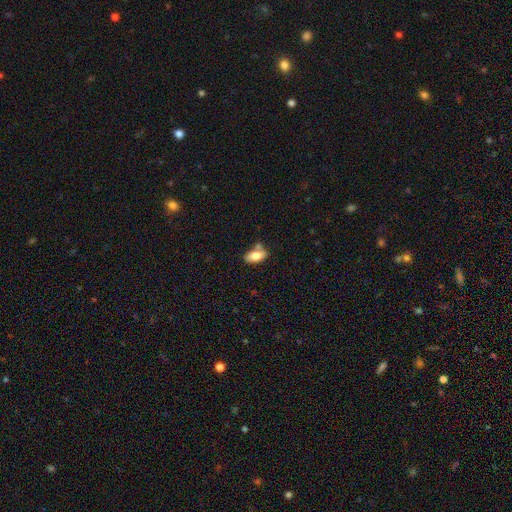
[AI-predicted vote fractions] Smooth or featured? smooth (76%)
How rounded? in between (89%)
Merging? none (66%)